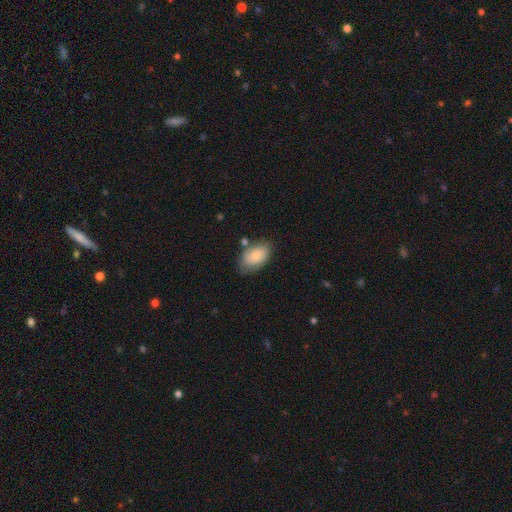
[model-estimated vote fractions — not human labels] Q: Smooth or featured?
A: smooth (69%); runner-up: featured or disk (24%)
Q: How rounded?
A: in between (89%); runner-up: round (10%)
Q: Merging?
A: none (61%); runner-up: minor disturbance (25%)